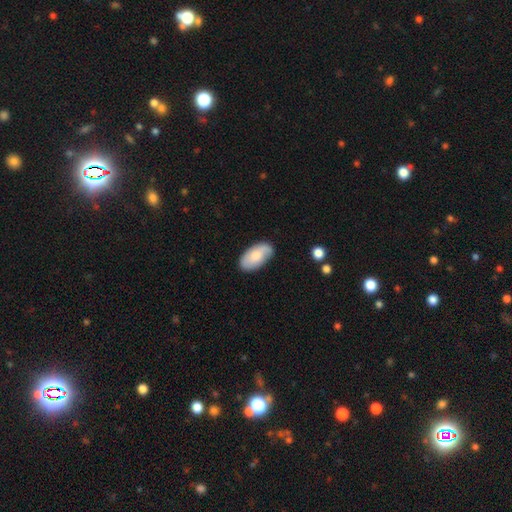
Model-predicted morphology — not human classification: Smooth or featured?
  - smooth: 65% *
  - featured or disk: 29%
  - star or artifact: 6%
How rounded?
  - in between: 95% *
  - round: 3%
  - cigar-shaped: 2%
Merging?
  - none: 77% *
  - minor disturbance: 18%
  - major disturbance: 4%
  - merger: 2%